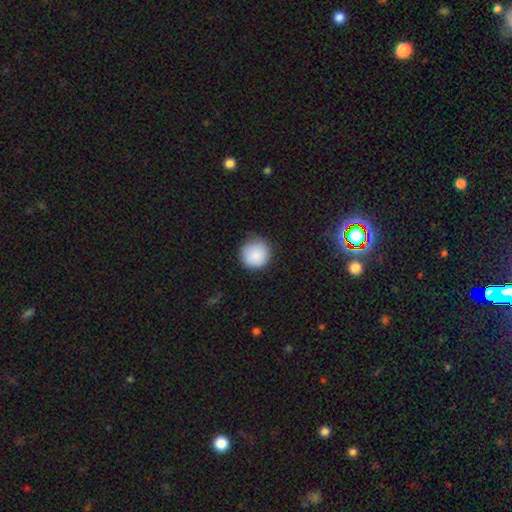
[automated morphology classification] Smooth or featured? smooth (86%)
How rounded? round (94%)
Merging? none (79%)